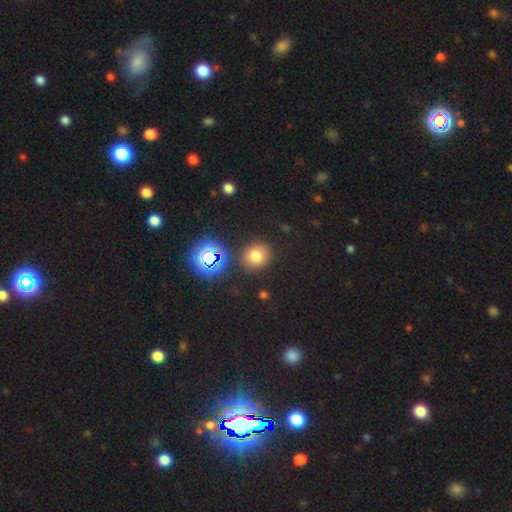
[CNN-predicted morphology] Smooth or featured? smooth (69%)
How rounded? round (79%)
Merging? none (85%)